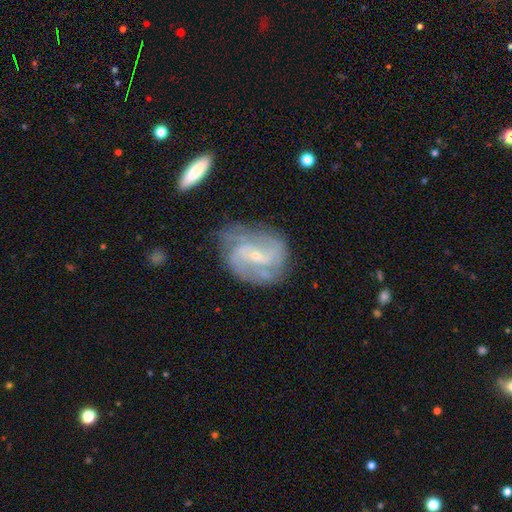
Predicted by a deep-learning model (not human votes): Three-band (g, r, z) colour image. It shows a featured or disk galaxy (83%) with a weak bar (44%), 2 (41%) medium (45%) spiral arms (93%) and a small central bulge (77%). Merging: none (65%).